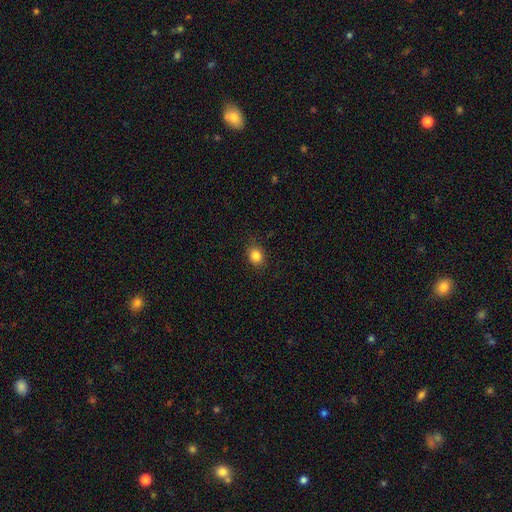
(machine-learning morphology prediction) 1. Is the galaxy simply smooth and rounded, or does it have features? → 85% smooth, 10% star or artifact, 5% featured or disk.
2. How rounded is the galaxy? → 55% round, 44% in between, 1% cigar-shaped.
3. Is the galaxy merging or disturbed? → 85% none, 11% minor disturbance, 3% major disturbance, 1% merger.